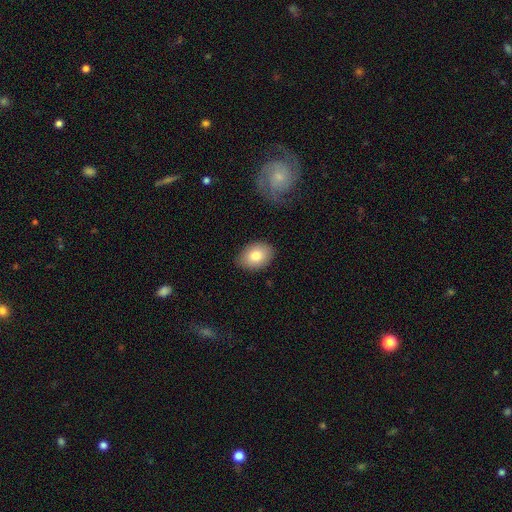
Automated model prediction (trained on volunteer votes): Morphology: type=smooth (81%); roundness=in between (76%); merging=none (84%).